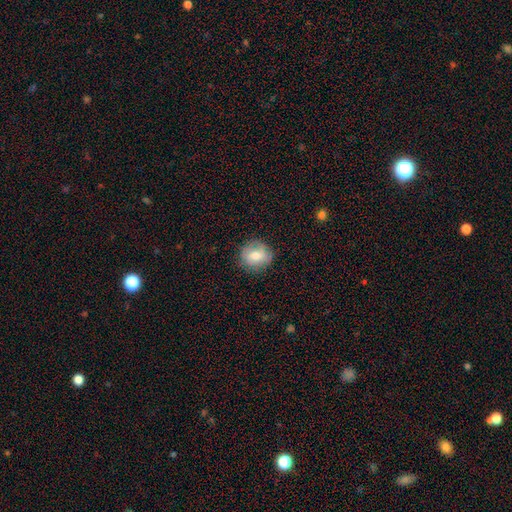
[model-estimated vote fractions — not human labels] This appears to be a smooth galaxy with no disk features (71%) that is round (79%). Merging: none (81%).